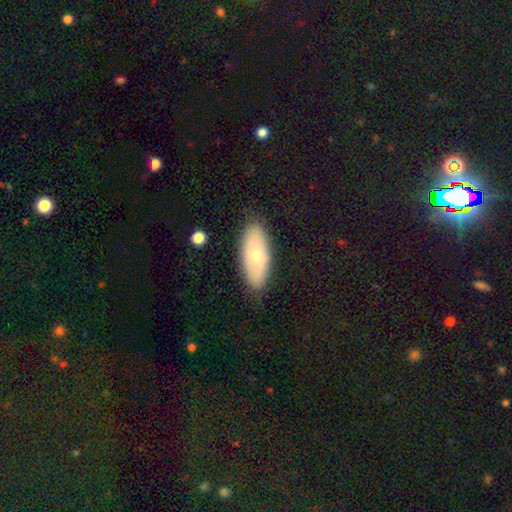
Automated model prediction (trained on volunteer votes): A smooth galaxy with no disk features (59%) that is in between round and cigar-shaped (85%).

Vote fractions:
- Smooth or featured? smooth: 59% / featured or disk: 34% / star or artifact: 6%
- How rounded? in between: 85% / cigar-shaped: 12% / round: 3%
- Merging? none: 84% / minor disturbance: 12% / major disturbance: 3% / merger: 1%